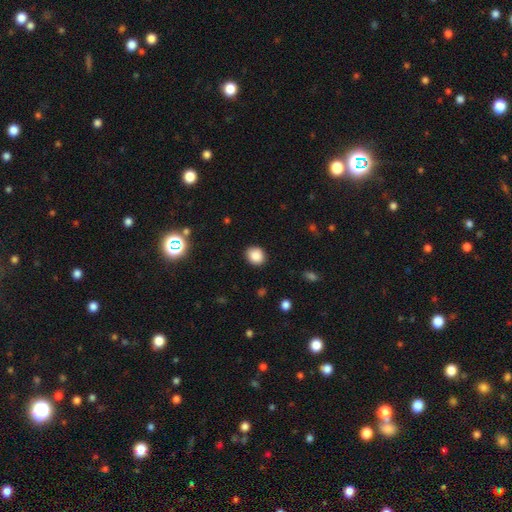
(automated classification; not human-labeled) Smooth or featured: smooth — 87% (star or artifact — 10%)
How rounded: round — 72% (in between — 27%)
Merging: none — 89% (minor disturbance — 8%)